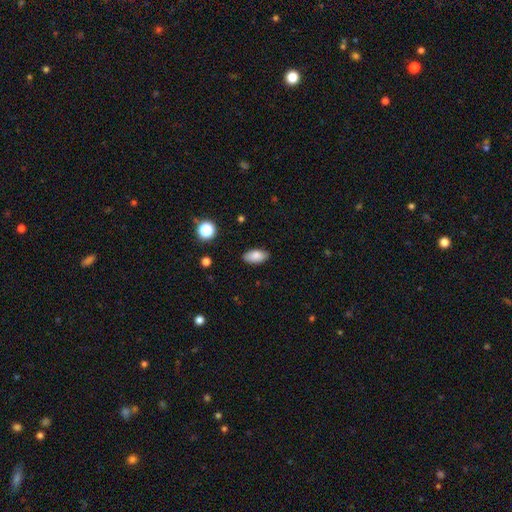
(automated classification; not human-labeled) Q: Smooth or featured?
A: smooth (85%); runner-up: star or artifact (8%)
Q: How rounded?
A: in between (92%); runner-up: round (4%)
Q: Merging?
A: none (86%); runner-up: minor disturbance (10%)